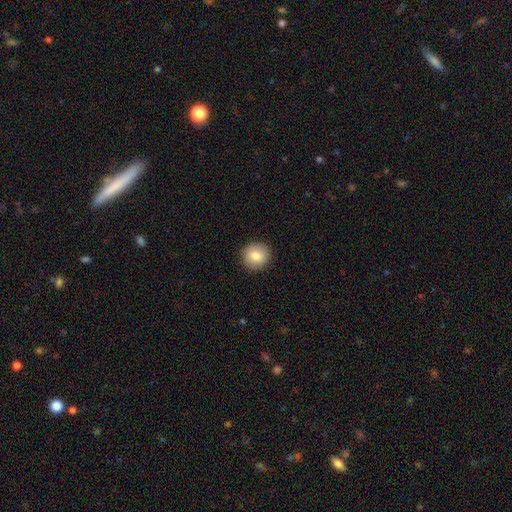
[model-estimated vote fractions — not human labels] Smooth or featured?
  - smooth: 83% *
  - featured or disk: 9%
  - star or artifact: 8%
How rounded?
  - round: 91% *
  - in between: 8%
  - cigar-shaped: 1%
Merging?
  - none: 91% *
  - minor disturbance: 6%
  - major disturbance: 2%
  - merger: 1%